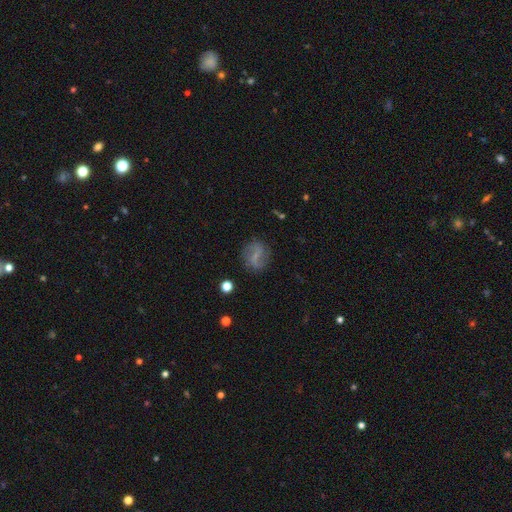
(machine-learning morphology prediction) Q: Smooth or featured?
A: featured or disk (63%); runner-up: smooth (28%)
Q: Edge-on disk?
A: no (96%); runner-up: yes (4%)
Q: Bar?
A: weak (45%); runner-up: strong (35%)
Q: Spiral arms?
A: yes (84%); runner-up: no (16%)
Q: Spiral winding?
A: loose (51%); runner-up: medium (35%)
Q: Spiral arm count?
A: 2 (87%); runner-up: can't tell (7%)
Q: Bulge size?
A: small (45%); runner-up: none (41%)
Q: Merging?
A: none (80%); runner-up: minor disturbance (13%)